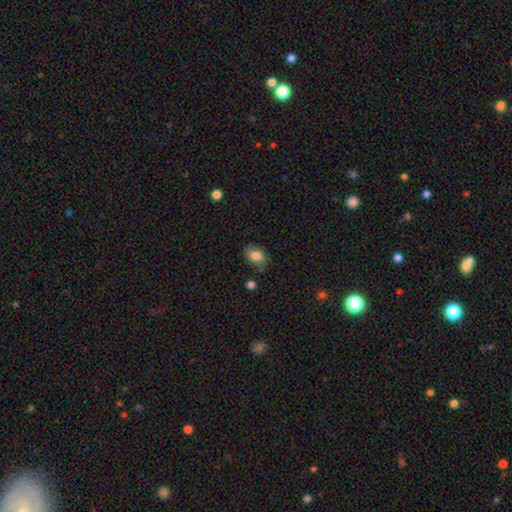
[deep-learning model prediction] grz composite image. It shows a smooth galaxy with no disk features (81%) that is in between round and cigar-shaped (78%). Merging: none (70%).